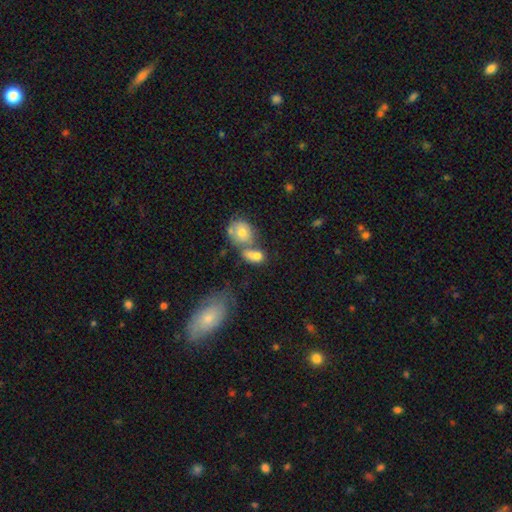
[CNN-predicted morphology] This is likely a smooth galaxy (74%). How rounded: likely in between (67%). Merging: possibly merger (49%).